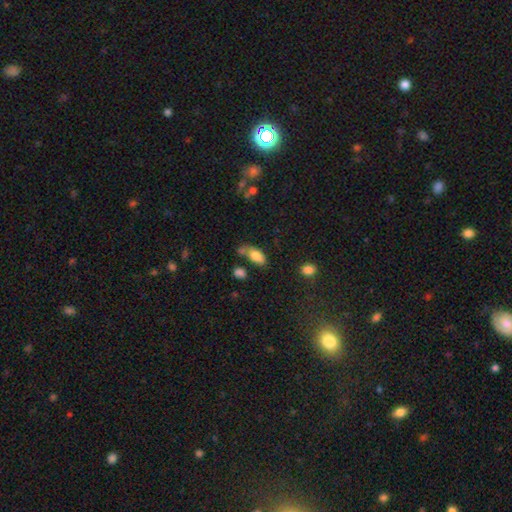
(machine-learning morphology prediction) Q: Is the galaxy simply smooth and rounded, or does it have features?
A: smooth — 81%.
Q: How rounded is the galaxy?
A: in between — 90%.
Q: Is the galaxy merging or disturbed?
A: none — 48%.